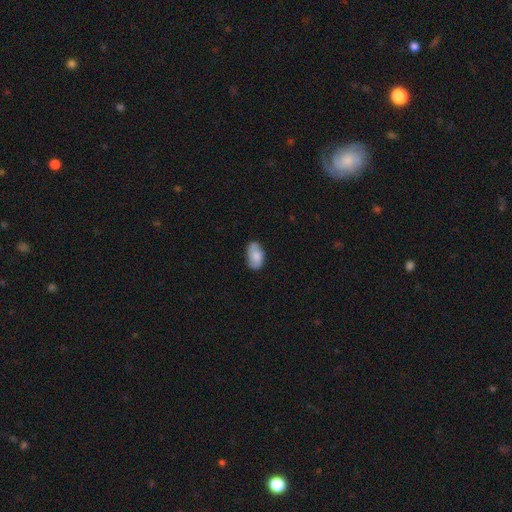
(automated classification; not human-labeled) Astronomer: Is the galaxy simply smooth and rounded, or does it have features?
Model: smooth — 71%.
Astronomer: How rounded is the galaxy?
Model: in between — 92%.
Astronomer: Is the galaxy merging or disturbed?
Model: none — 74%.